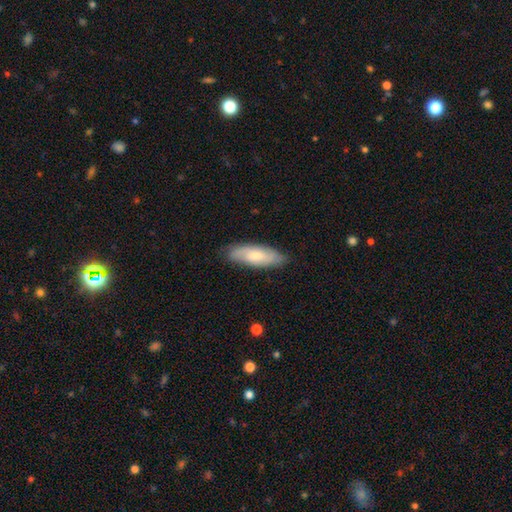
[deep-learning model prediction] Overall: smooth (59%; featured or disk 35%). How rounded: in between (63%; cigar-shaped 35%). Merging: none (81%).